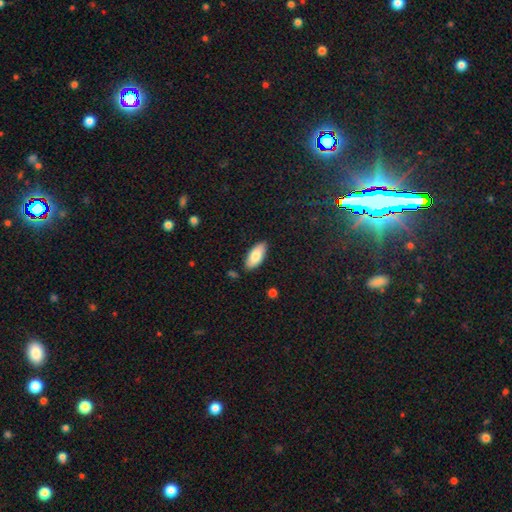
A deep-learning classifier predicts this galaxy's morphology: Q: Smooth or featured?
A: smooth (82%); runner-up: featured or disk (12%)
Q: How rounded?
A: in between (89%); runner-up: cigar-shaped (9%)
Q: Merging?
A: none (86%); runner-up: minor disturbance (10%)